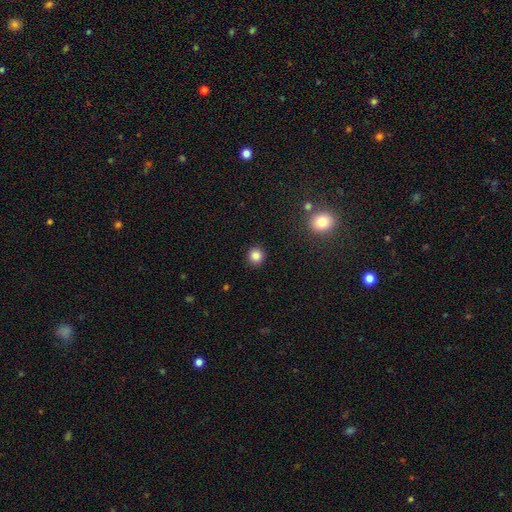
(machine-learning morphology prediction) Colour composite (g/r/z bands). It shows a smooth galaxy with no disk features (84%) that is round (92%). Merging: none (92%).